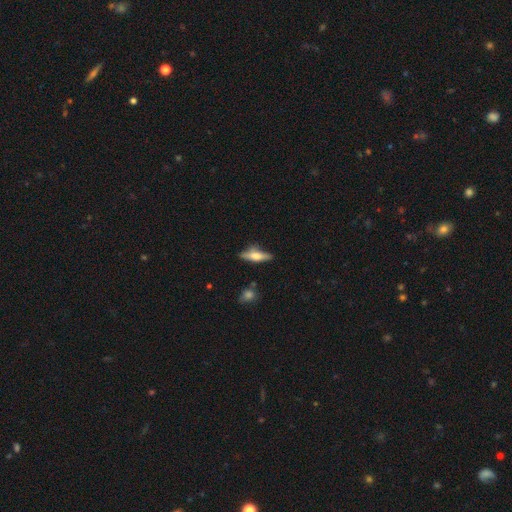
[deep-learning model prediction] Smooth or featured? Predicted: featured or disk (p=0.49). Merging? Predicted: none (p=0.75).